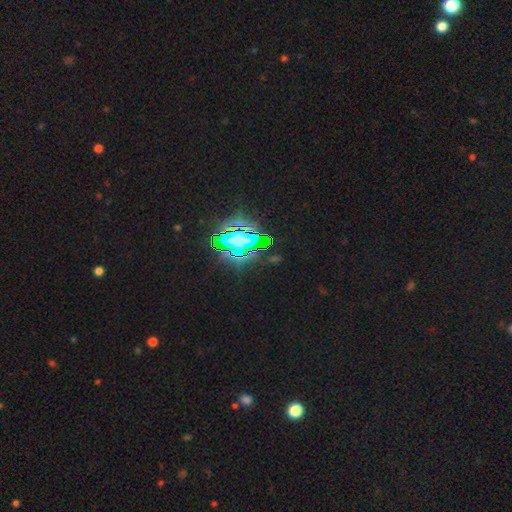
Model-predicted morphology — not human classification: This is clearly a star or artifact rather than a galaxy (85%).